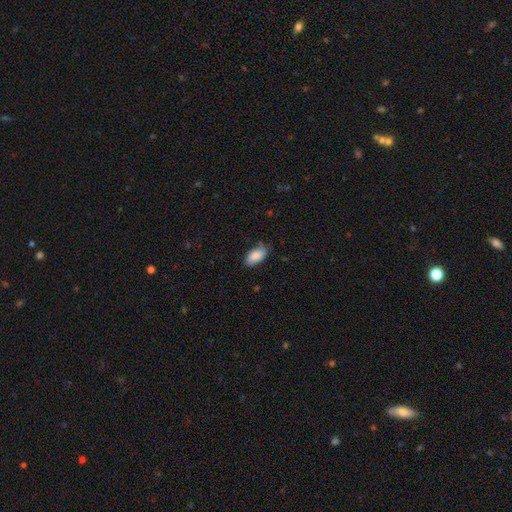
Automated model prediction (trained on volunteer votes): A smooth galaxy with no disk features (87%) that is in between round and cigar-shaped (92%).

Vote fractions:
- Smooth or featured? smooth: 87% / featured or disk: 6% / star or artifact: 6%
- How rounded? in between: 92% / cigar-shaped: 5% / round: 3%
- Merging? none: 77% / minor disturbance: 19% / major disturbance: 3% / merger: 1%